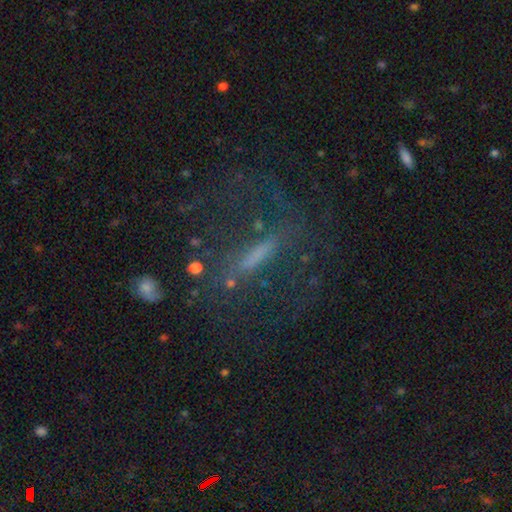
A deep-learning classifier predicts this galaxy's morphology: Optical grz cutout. It shows a featured or disk galaxy (59%). Merging: none (62%).